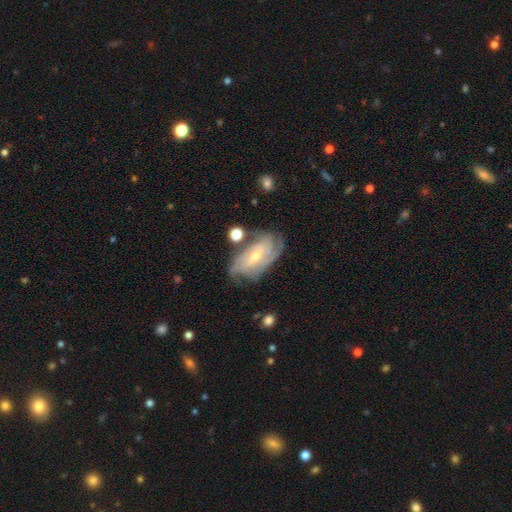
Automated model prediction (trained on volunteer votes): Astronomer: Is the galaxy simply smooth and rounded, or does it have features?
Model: featured or disk — 81%.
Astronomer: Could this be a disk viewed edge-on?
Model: no — 94%.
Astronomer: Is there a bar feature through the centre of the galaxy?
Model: weak — 43% (runner-up: no, 39%).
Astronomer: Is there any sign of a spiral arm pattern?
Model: yes — 93%.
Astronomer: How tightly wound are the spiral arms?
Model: tight — 57% (runner-up: medium, 33%).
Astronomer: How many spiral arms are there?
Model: can't tell — 34% (runner-up: 3, 23%).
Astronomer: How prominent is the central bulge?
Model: small — 62%.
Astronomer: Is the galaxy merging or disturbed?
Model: none — 64%.